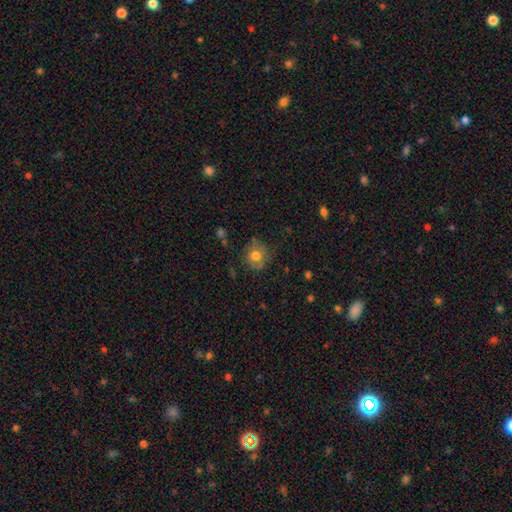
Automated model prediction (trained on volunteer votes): Smooth or featured: smooth — 71% (featured or disk — 18%)
How rounded: round — 82% (in between — 17%)
Merging: none — 72% (minor disturbance — 20%)